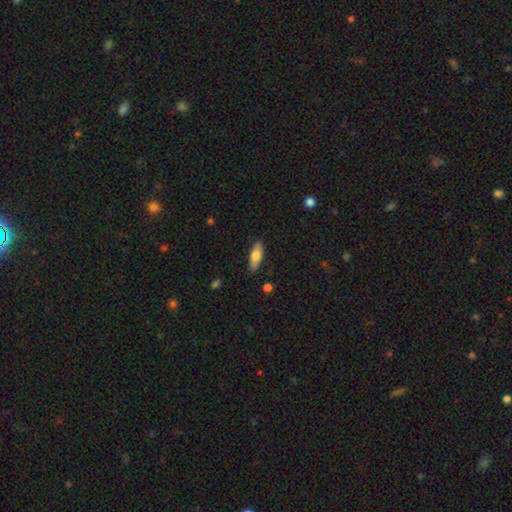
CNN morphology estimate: Overall: smooth (73%). How rounded: in between (61%; cigar-shaped 37%). Merging: none (86%).